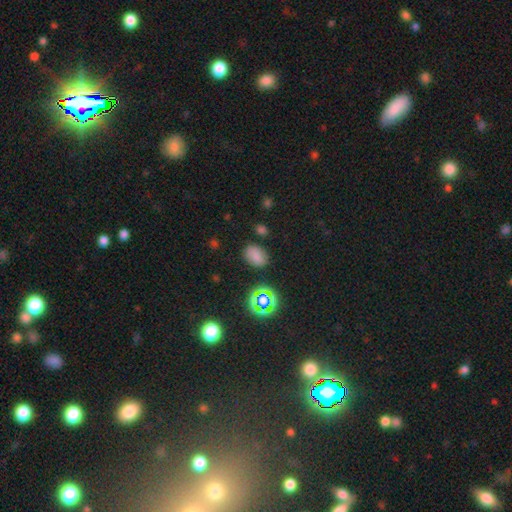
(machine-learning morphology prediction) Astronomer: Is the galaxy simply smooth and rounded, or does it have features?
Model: smooth — 70%.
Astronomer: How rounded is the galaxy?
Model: in between — 70%.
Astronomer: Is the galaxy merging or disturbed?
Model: none — 77%.